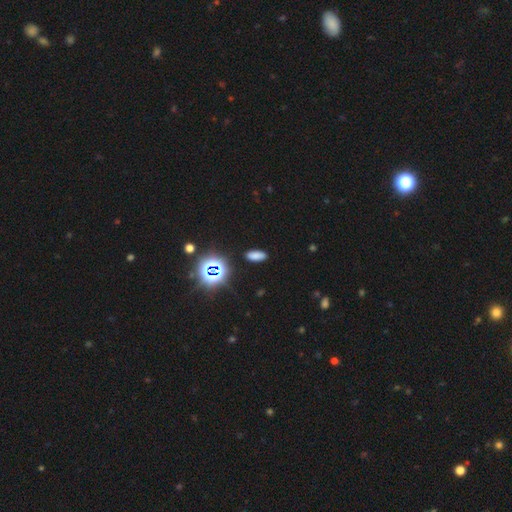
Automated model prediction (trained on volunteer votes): smooth-or-featured: smooth: 69% | star or artifact: 25% | featured or disk: 6%
  how-rounded: in between: 78% | cigar-shaped: 17% | round: 5%
  merging: none: 88% | minor disturbance: 8% | major disturbance: 2% | merger: 2%